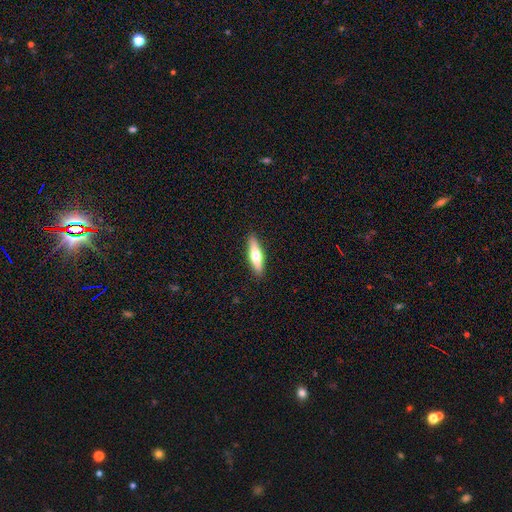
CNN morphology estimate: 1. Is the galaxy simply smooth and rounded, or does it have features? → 52% smooth, 42% featured or disk, 6% star or artifact.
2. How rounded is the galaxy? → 68% cigar-shaped, 30% in between, 2% round.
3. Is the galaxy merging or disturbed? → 90% none, 7% minor disturbance, 2% major disturbance, 1% merger.